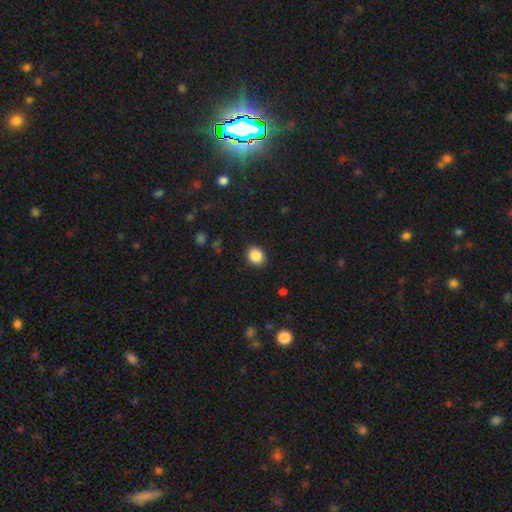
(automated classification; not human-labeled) smooth-or-featured: smooth: 87% | star or artifact: 9% | featured or disk: 4%
  how-rounded: round: 66% | in between: 33% | cigar-shaped: 1%
  merging: none: 89% | minor disturbance: 8% | major disturbance: 2% | merger: 1%